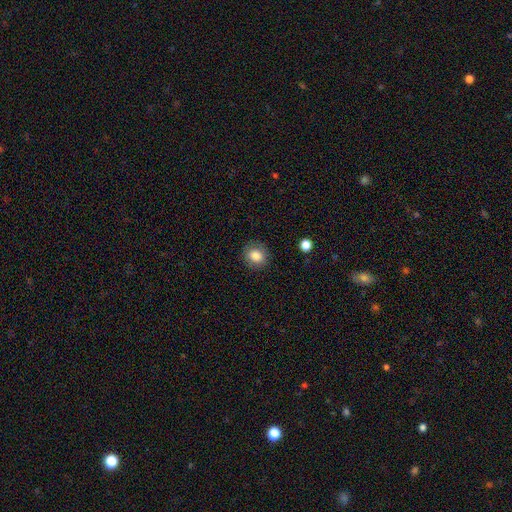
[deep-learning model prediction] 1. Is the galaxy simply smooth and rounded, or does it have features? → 84% smooth, 9% star or artifact, 7% featured or disk.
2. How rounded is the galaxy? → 74% round, 25% in between, 1% cigar-shaped.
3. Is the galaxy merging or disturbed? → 86% none, 10% minor disturbance, 3% major disturbance, 1% merger.